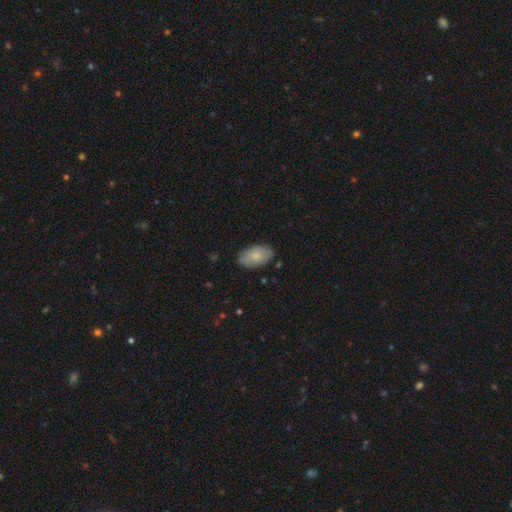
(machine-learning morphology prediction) Smooth or featured: smooth — 75% (featured or disk — 19%)
How rounded: in between — 94% (round — 4%)
Merging: none — 81% (minor disturbance — 15%)